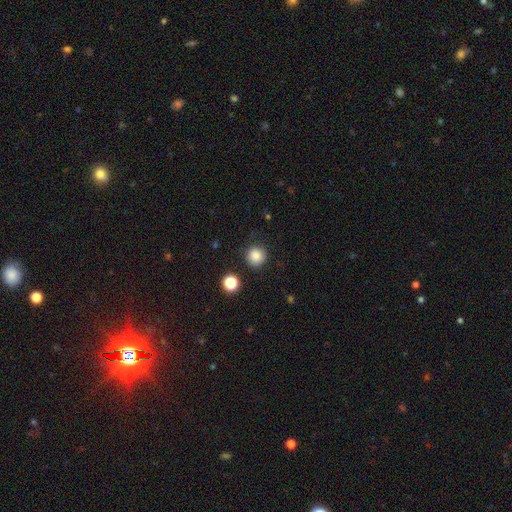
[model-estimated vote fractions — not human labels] smooth 85%, star or artifact 11%, featured or disk 4%. Down the decision tree: how rounded — round (94%); merging — none (87%).